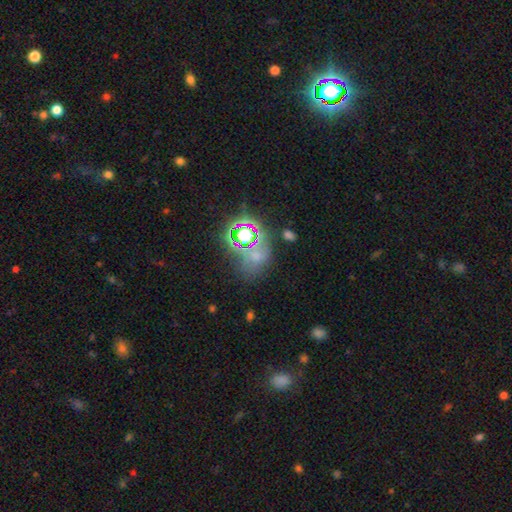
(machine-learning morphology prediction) A star or artifact, not a galaxy (46%).

Vote fractions:
- Smooth or featured? star or artifact: 46% / smooth: 41% / featured or disk: 13%